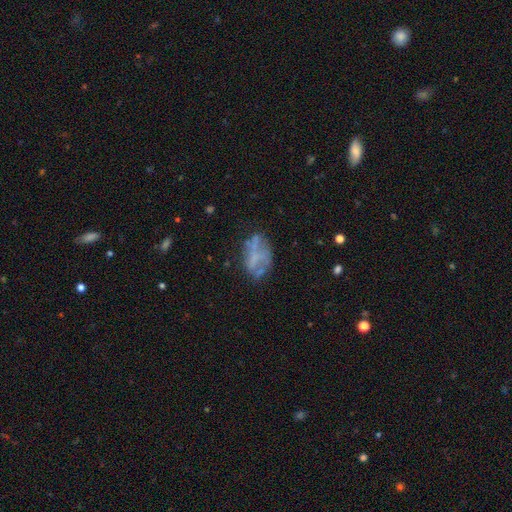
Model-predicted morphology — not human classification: Smooth or featured: featured or disk — 53% (smooth — 33%)
Edge-on disk: no — 96% (yes — 4%)
Bar: no — 84% (weak — 12%)
Spiral arms: no — 86% (yes — 14%)
Bulge size: none — 77% (small — 11%)
Merging: none — 50% (minor disturbance — 23%)